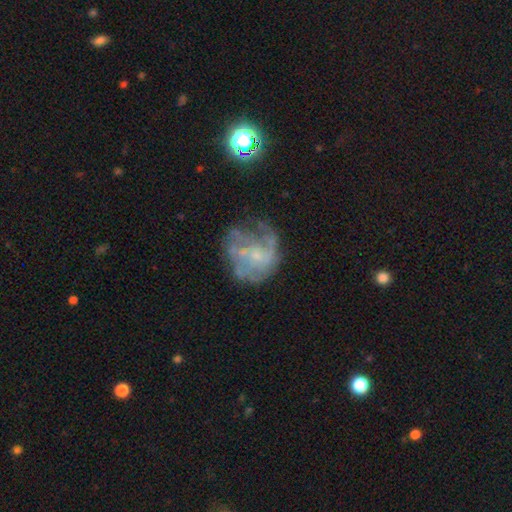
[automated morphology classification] featured or disk 66%, smooth 21%, star or artifact 13%. Down the decision tree: edge-on disk — no (98%); bar — no (78%); spiral arms — yes (54%); bulge size — small (64%); merging — none (44%).